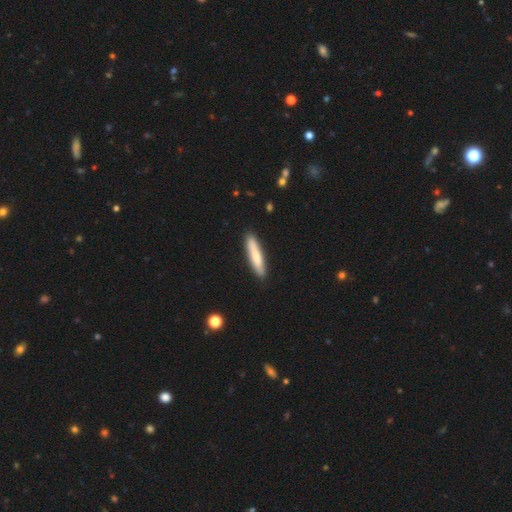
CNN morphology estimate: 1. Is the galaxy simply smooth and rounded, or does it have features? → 75% smooth, 20% featured or disk, 5% star or artifact.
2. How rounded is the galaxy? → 87% cigar-shaped, 12% in between, 1% round.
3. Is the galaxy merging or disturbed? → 89% none, 8% minor disturbance, 1% major disturbance, 1% merger.